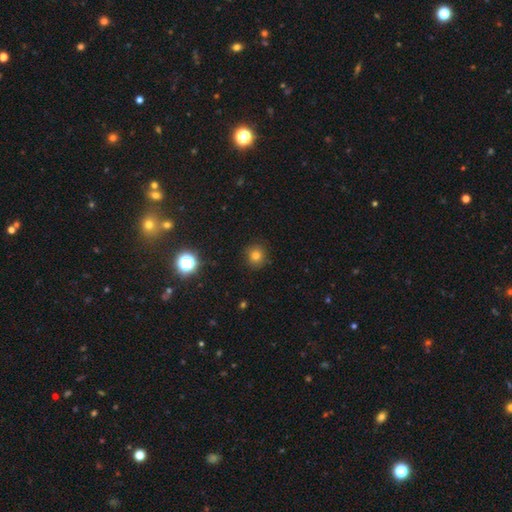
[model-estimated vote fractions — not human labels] Smooth or featured: smooth — 75% (star or artifact — 17%)
How rounded: round — 91% (in between — 8%)
Merging: none — 89% (minor disturbance — 8%)